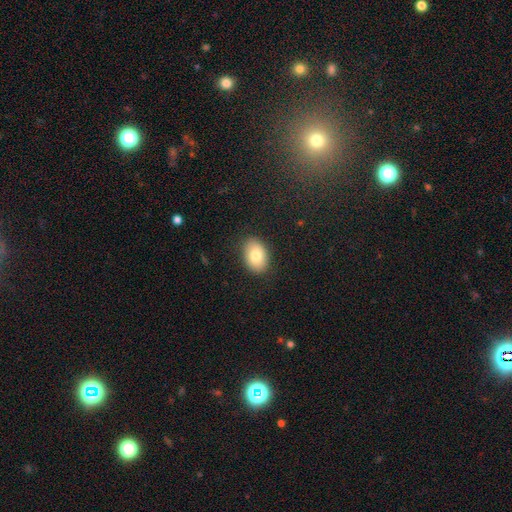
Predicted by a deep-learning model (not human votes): Smooth or featured?
  - smooth: 80% *
  - featured or disk: 12%
  - star or artifact: 8%
How rounded?
  - in between: 81% *
  - round: 18%
  - cigar-shaped: 1%
Merging?
  - none: 87% *
  - minor disturbance: 10%
  - major disturbance: 2%
  - merger: 1%